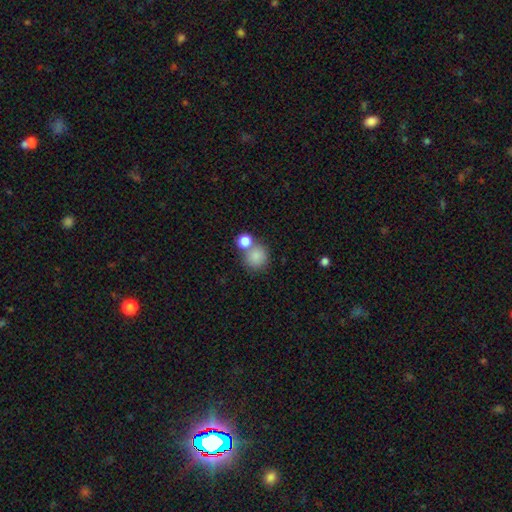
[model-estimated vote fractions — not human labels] smooth_or_featured: smooth (p=0.83) [alt: star or artifact p=0.10]
how_rounded: round (p=0.87) [alt: in between p=0.12]
merging: none (p=0.58) [alt: merger p=0.28]